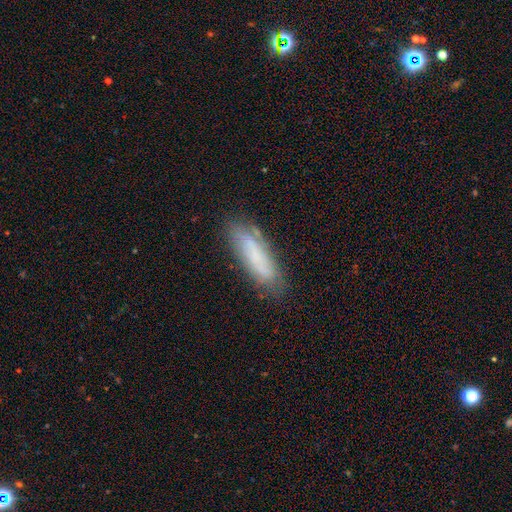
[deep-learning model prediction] Smooth or featured? Predicted: smooth (p=0.59). How rounded? Predicted: cigar-shaped (p=0.58). Merging? Predicted: none (p=0.72).